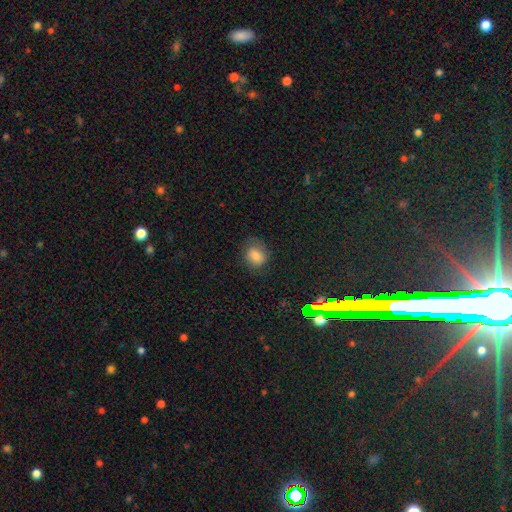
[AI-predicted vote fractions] A smooth galaxy with no disk features (72%) that is round (54%). Merging: none (71%).